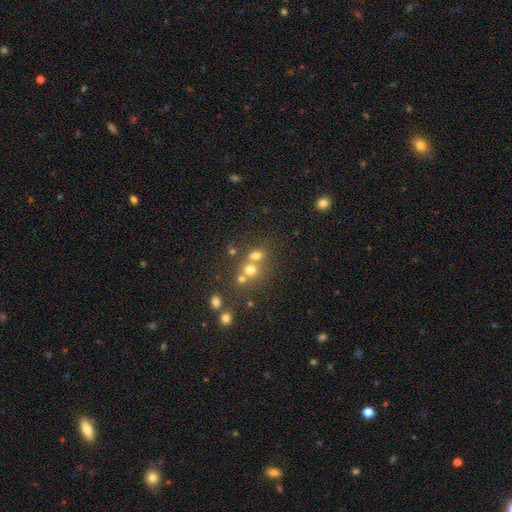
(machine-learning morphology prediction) Smooth or featured? Predicted: smooth (p=0.66). How rounded? Predicted: round (p=0.67). Merging? Predicted: merger (p=0.47).